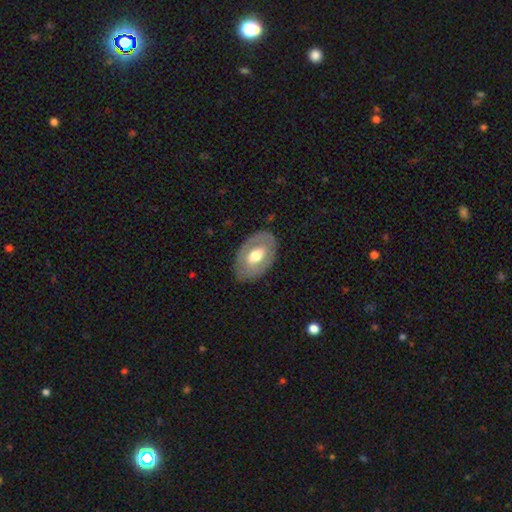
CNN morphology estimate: Smooth or featured?
  - smooth: 49% *
  - featured or disk: 46%
  - star or artifact: 6%
Merging?
  - none: 81% *
  - minor disturbance: 14%
  - major disturbance: 5%
  - merger: 1%